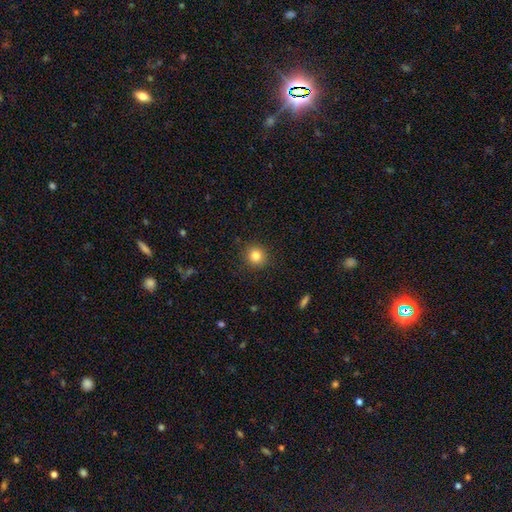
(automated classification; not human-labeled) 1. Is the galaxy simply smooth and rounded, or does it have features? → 83% smooth, 11% star or artifact, 6% featured or disk.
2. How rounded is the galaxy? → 91% round, 8% in between, 1% cigar-shaped.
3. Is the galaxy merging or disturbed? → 90% none, 7% minor disturbance, 2% major disturbance, 1% merger.